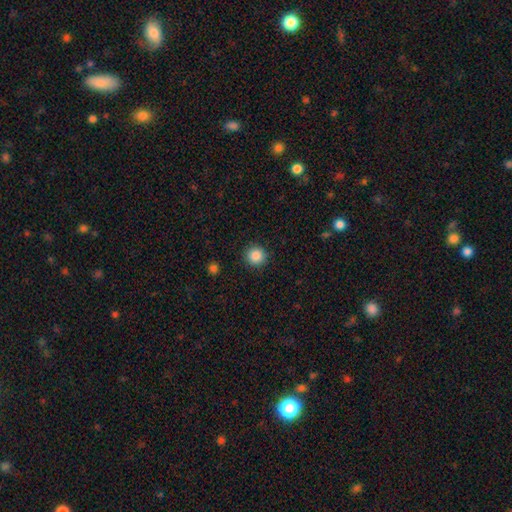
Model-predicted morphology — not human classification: This is clearly a smooth galaxy (86%). How rounded: clearly round (95%). Merging: clearly none (91%).